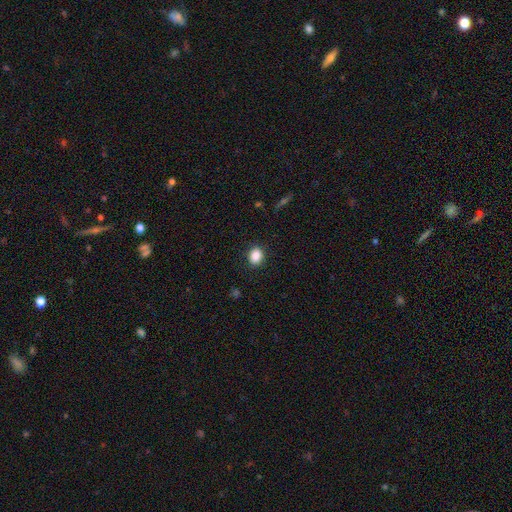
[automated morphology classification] Overall: smooth (88%). How rounded: in between (59%; round 40%). Merging: none (88%).